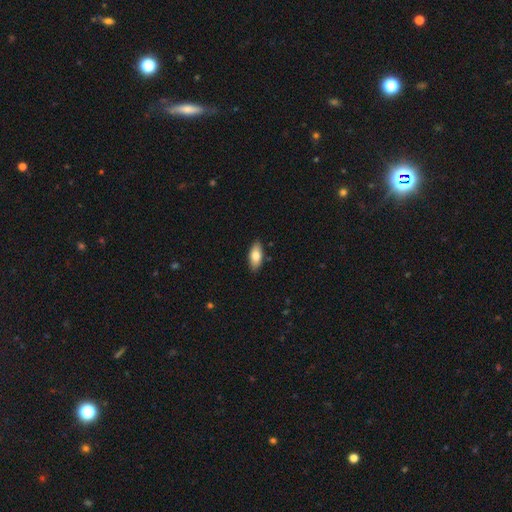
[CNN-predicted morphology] The model was most divided on "smooth or featured": smooth: 77%, featured or disk: 16%, star or artifact: 6%. More confident: merging — none (88%); how rounded — in between (83%).